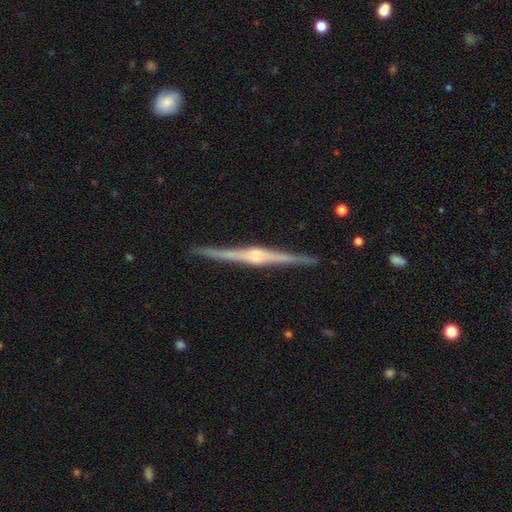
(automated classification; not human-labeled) Smooth or featured: featured or disk — 88% (smooth — 8%)
Edge-on disk: yes — 99% (no — 1%)
Edge-on bulge: rounded — 65% (boxy — 27%)
Merging: none — 91% (minor disturbance — 6%)